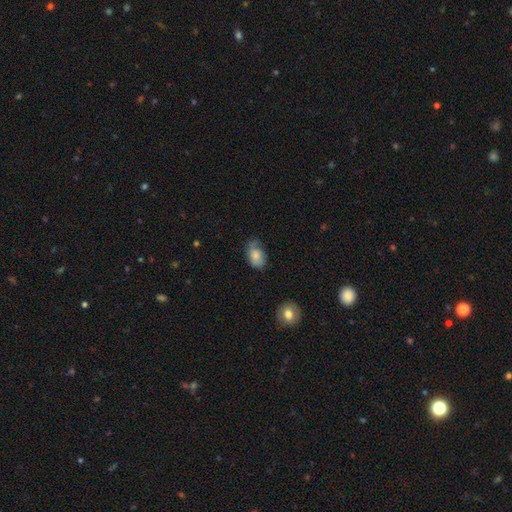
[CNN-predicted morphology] This appears to be a smooth galaxy with no disk features (77%) that is in between round and cigar-shaped (88%). Merging: none (50%).